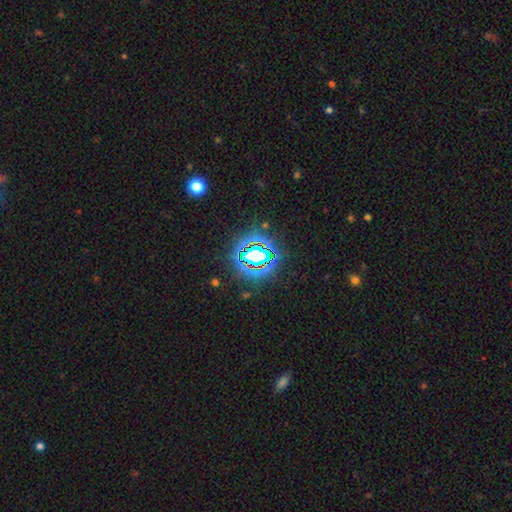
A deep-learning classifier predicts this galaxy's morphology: Q: Smooth or featured?
A: star or artifact (75%); runner-up: smooth (14%)